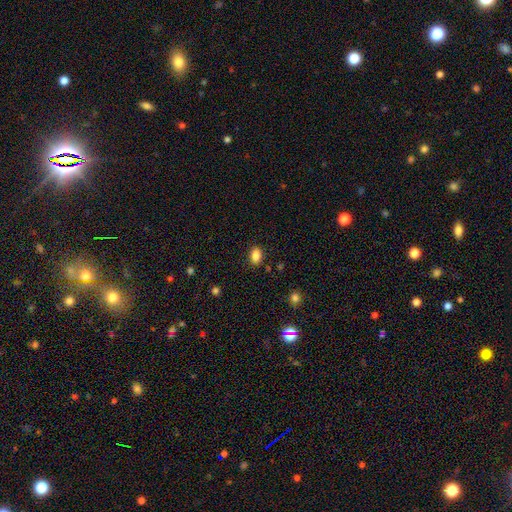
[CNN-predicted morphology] Q: Smooth or featured?
A: smooth (85%); runner-up: star or artifact (10%)
Q: How rounded?
A: in between (81%); runner-up: round (17%)
Q: Merging?
A: none (86%); runner-up: minor disturbance (10%)